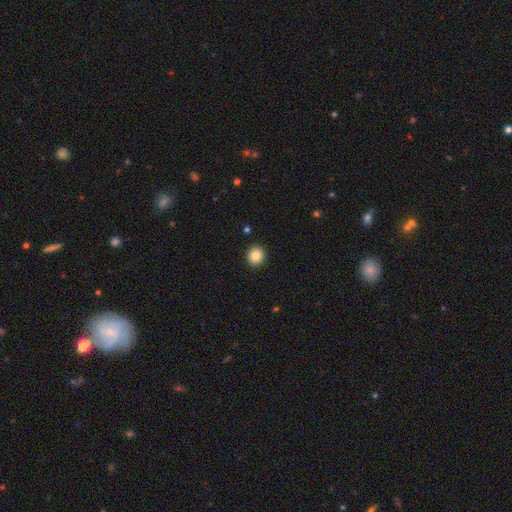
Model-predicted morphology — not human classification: The model was most divided on "smooth or featured": smooth: 84%, star or artifact: 10%, featured or disk: 6%. More confident: merging — none (92%); how rounded — round (89%).